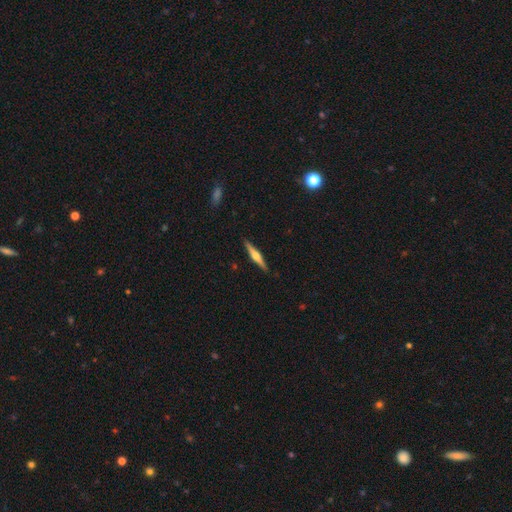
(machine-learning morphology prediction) Smooth or featured: featured or disk — 71% (smooth — 24%)
Edge-on disk: yes — 98% (no — 2%)
Edge-on bulge: rounded — 92% (boxy — 5%)
Merging: none — 91% (minor disturbance — 6%)